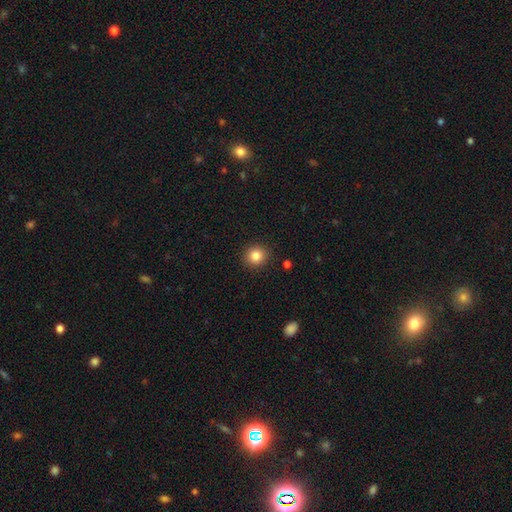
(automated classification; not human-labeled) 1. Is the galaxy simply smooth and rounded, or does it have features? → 84% smooth, 10% star or artifact, 6% featured or disk.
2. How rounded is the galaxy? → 86% round, 13% in between, 1% cigar-shaped.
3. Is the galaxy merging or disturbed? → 91% none, 6% minor disturbance, 2% major disturbance, 1% merger.